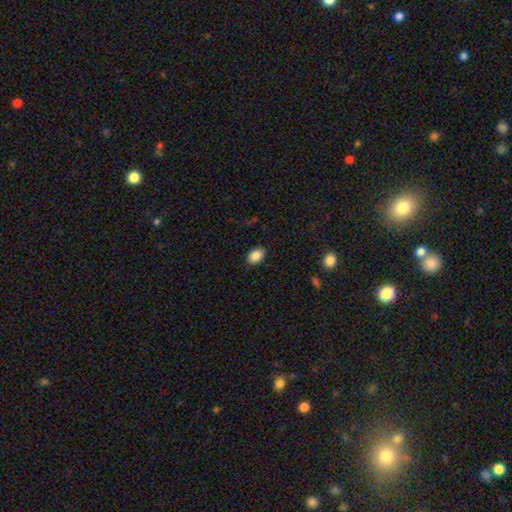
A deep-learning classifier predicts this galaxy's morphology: Smooth or featured?
  - smooth: 87% *
  - star or artifact: 8%
  - featured or disk: 5%
How rounded?
  - in between: 89% *
  - round: 10%
  - cigar-shaped: 1%
Merging?
  - none: 88% *
  - minor disturbance: 9%
  - major disturbance: 2%
  - merger: 1%